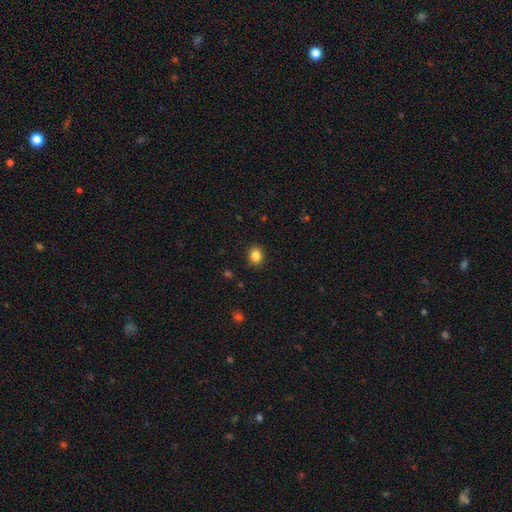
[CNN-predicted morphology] A smooth galaxy with no disk features (85%) that is round (65%).

Vote fractions:
- Smooth or featured? smooth: 85% / star or artifact: 11% / featured or disk: 4%
- How rounded? round: 65% / in between: 35% / cigar-shaped: 1%
- Merging? none: 89% / minor disturbance: 8% / major disturbance: 2% / merger: 1%